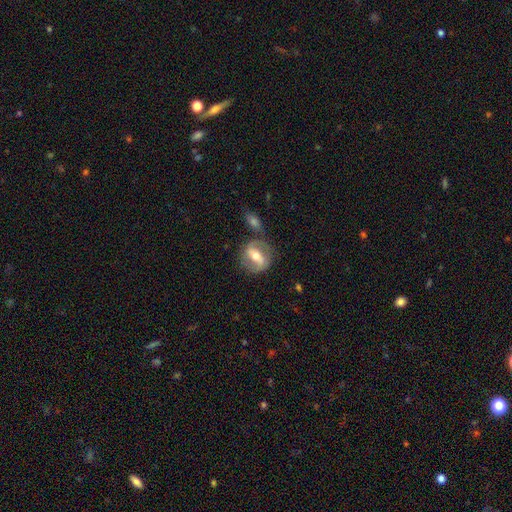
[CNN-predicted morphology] smooth_or_featured: featured or disk (p=0.68) [alt: smooth p=0.27]
disk_edge_on: no (p=0.92) [alt: yes p=0.08]
bar: strong (p=0.57) [alt: weak p=0.29]
has_spiral_arms: yes (p=0.71) [alt: no p=0.29]
bulge_size: moderate (p=0.71) [alt: small p=0.19]
merging: none (p=0.71) [alt: minor disturbance p=0.15]